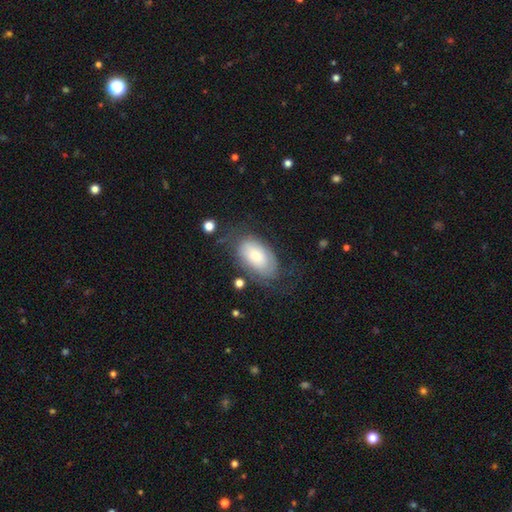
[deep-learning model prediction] Smooth or featured: smooth — 56% (featured or disk — 37%)
How rounded: in between — 93% (round — 6%)
Merging: none — 60% (minor disturbance — 23%)